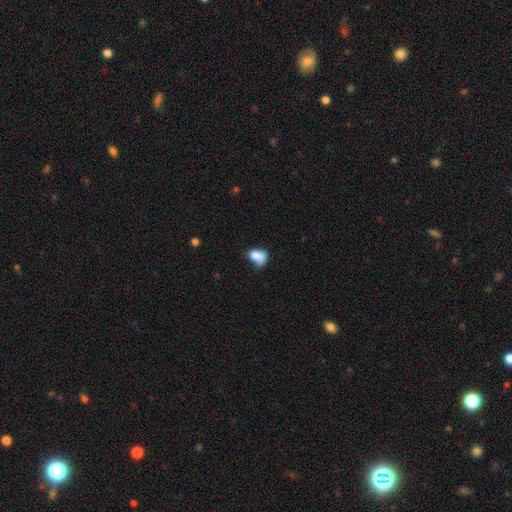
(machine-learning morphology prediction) Overall: smooth (75%). How rounded: in between (75%). Merging: minor disturbance (31%; none 28%).